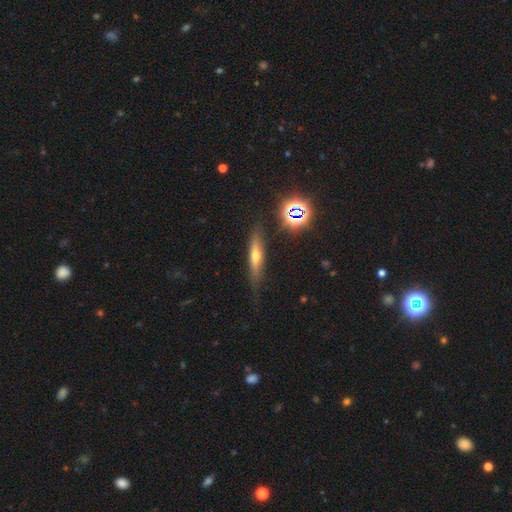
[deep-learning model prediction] Smooth or featured: featured or disk — 47% (smooth — 39%)
Merging: none — 78% (minor disturbance — 16%)